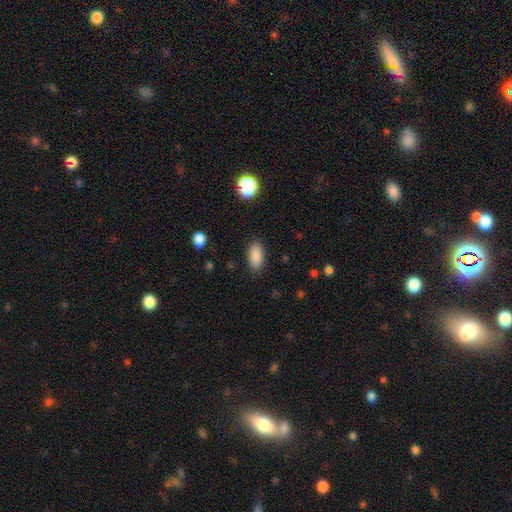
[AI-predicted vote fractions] Q: Smooth or featured?
A: smooth (88%); runner-up: star or artifact (8%)
Q: How rounded?
A: in between (90%); runner-up: cigar-shaped (7%)
Q: Merging?
A: none (87%); runner-up: minor disturbance (9%)